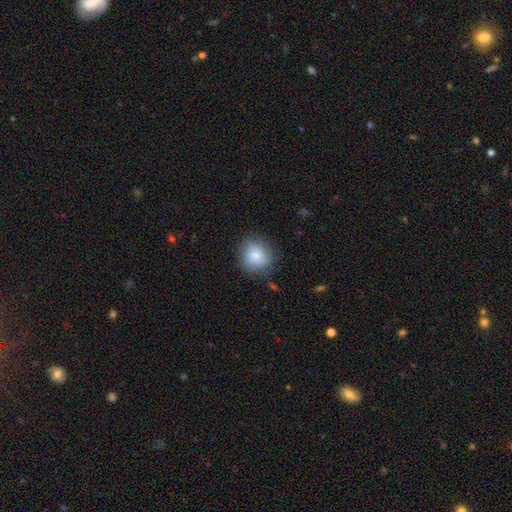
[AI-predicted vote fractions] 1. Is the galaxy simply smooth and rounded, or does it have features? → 77% smooth, 15% featured or disk, 8% star or artifact.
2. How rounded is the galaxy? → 83% round, 16% in between, 1% cigar-shaped.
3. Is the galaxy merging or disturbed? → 71% none, 21% minor disturbance, 6% major disturbance, 2% merger.